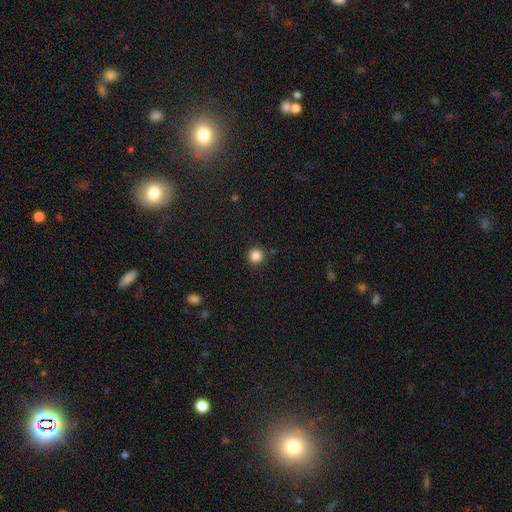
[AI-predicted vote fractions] Q: Smooth or featured?
A: smooth (86%); runner-up: star or artifact (11%)
Q: How rounded?
A: round (95%); runner-up: in between (4%)
Q: Merging?
A: none (91%); runner-up: minor disturbance (6%)